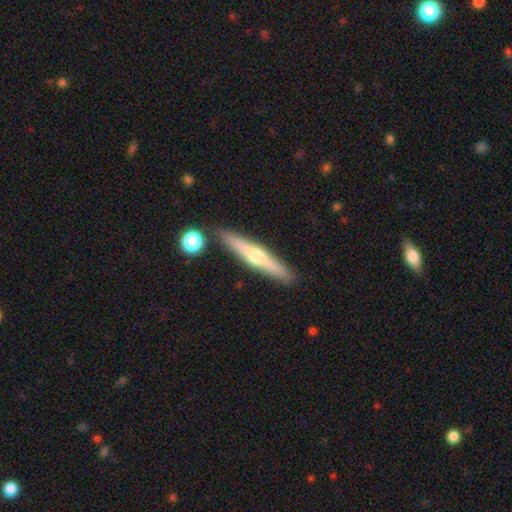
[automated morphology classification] Overall: featured or disk (60%; smooth 34%). Edge-on disk: yes (96%). Edge-on bulge: rounded (88%). Merging: none (86%).